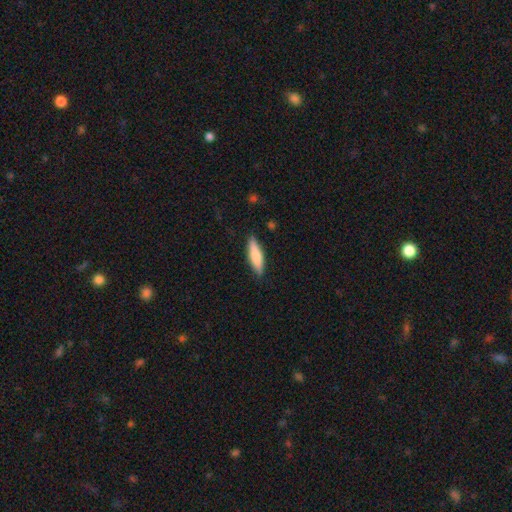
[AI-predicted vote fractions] This is likely a smooth galaxy (75%). How rounded: likely cigar-shaped (66%). Merging: clearly none (86%).